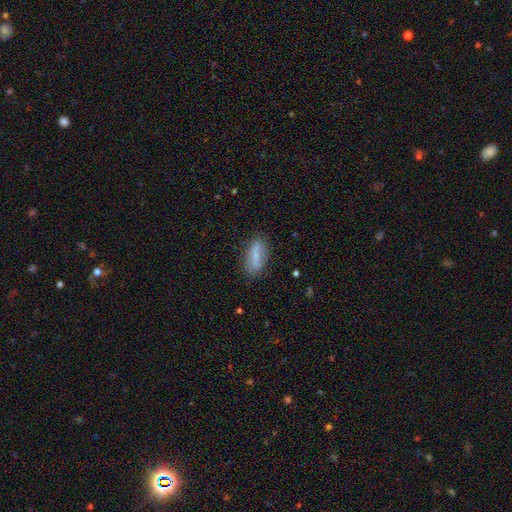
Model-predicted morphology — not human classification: Overall: smooth (69%). How rounded: in between (73%). Merging: none (79%).